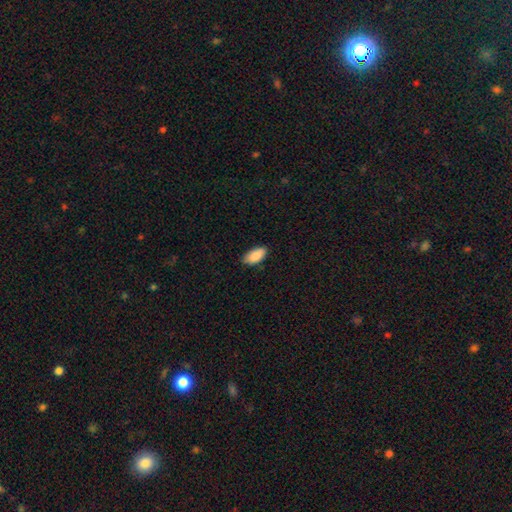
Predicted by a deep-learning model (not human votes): This appears to be a smooth galaxy with no disk features (89%) that is in between round and cigar-shaped (92%). Merging: none (80%).